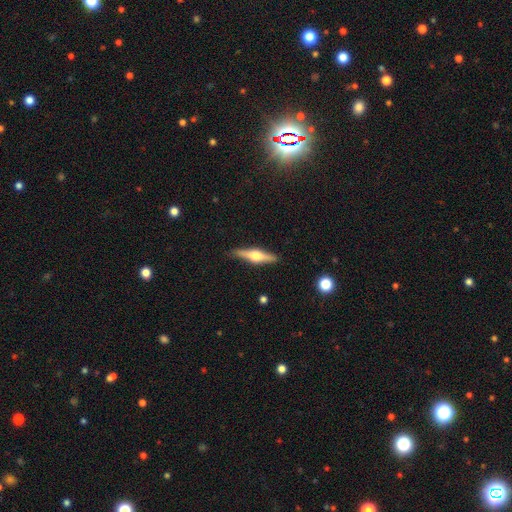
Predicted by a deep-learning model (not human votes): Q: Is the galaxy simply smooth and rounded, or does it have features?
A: featured or disk — 67%.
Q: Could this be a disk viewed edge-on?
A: yes — 97%.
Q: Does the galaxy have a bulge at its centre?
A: rounded — 93%.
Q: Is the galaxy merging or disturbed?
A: none — 88%.